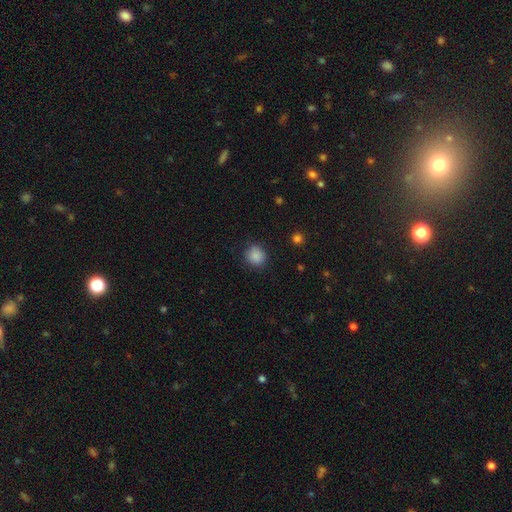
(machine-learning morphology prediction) Smooth or featured? Predicted: smooth (p=0.87). How rounded? Predicted: round (p=0.86). Merging? Predicted: none (p=0.83).